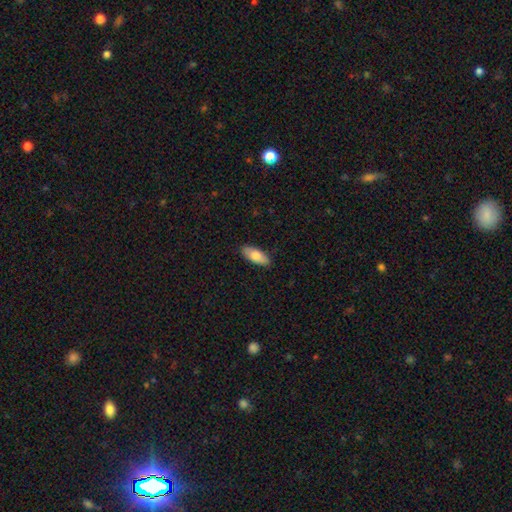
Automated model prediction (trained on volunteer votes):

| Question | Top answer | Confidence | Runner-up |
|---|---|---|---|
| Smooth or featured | smooth | 78% | featured or disk (16%) |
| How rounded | in between | 84% | cigar-shaped (14%) |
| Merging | none | 87% | minor disturbance (10%) |